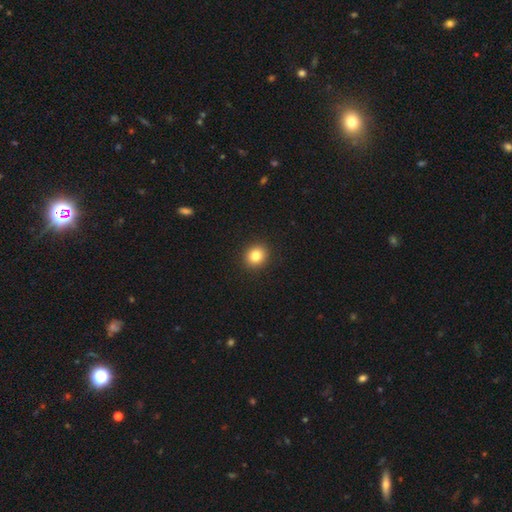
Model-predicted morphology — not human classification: Smooth or featured? Predicted: smooth (p=0.82). How rounded? Predicted: round (p=0.81). Merging? Predicted: none (p=0.92).